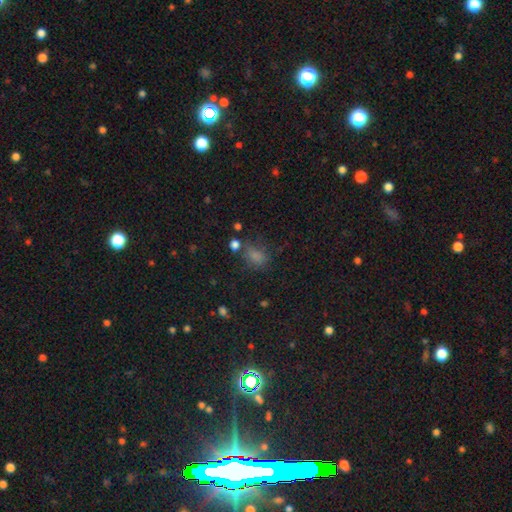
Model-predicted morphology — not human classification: smooth 73%, star or artifact 19%, featured or disk 8%. Down the decision tree: how rounded — in between (68%); merging — none (56%).